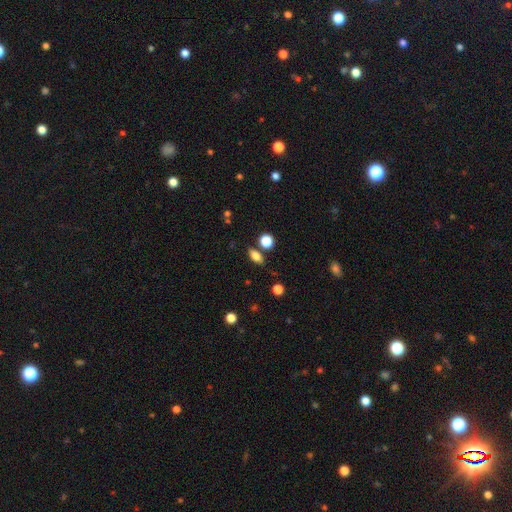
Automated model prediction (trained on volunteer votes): The model was most divided on "merging": none: 78%, minor disturbance: 12%, merger: 7%, major disturbance: 3%. More confident: how rounded — in between (81%); smooth or featured — smooth (81%).